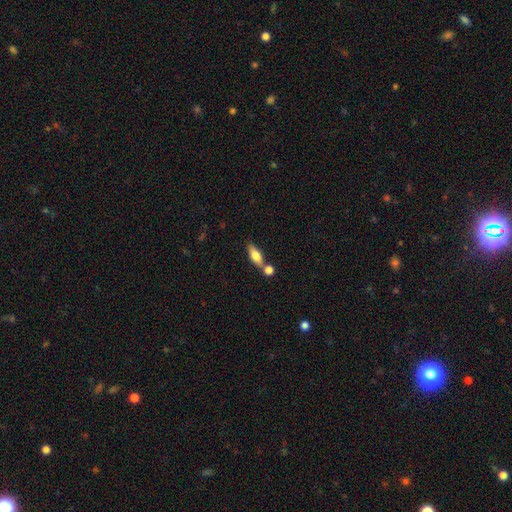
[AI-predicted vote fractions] This appears to be a smooth galaxy with no disk features (72%) that is in between round and cigar-shaped (70%). Merging: none (55%).